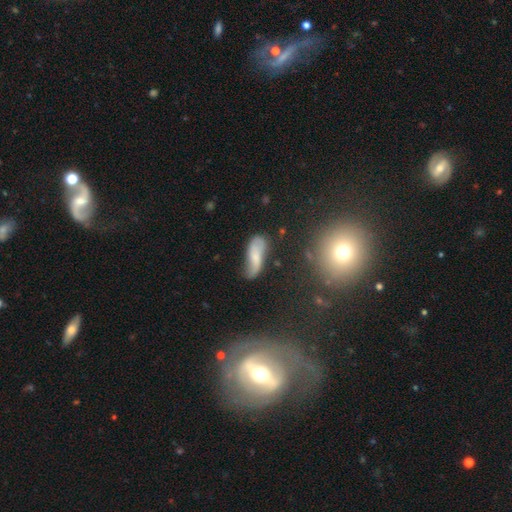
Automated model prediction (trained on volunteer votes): This is possibly a smooth galaxy (49%). Merging: possibly none (48%).